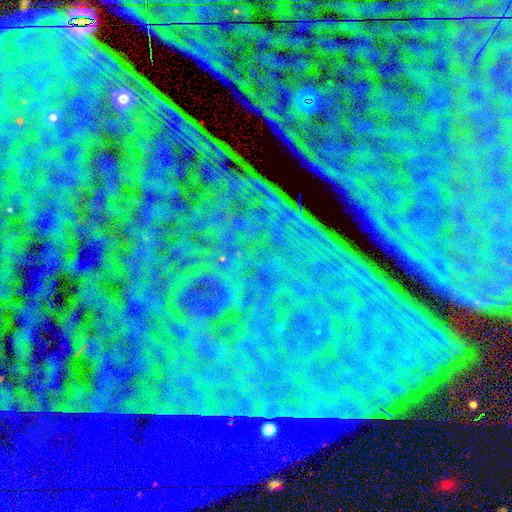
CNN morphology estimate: Q: Smooth or featured?
A: star or artifact (88%); runner-up: featured or disk (7%)